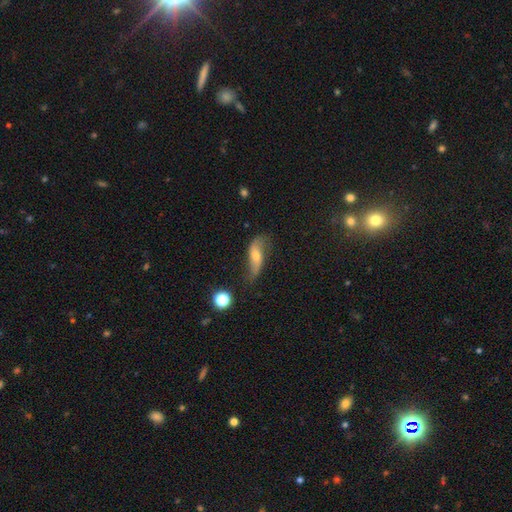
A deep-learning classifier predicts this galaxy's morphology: Smooth or featured: featured or disk — 62% (smooth — 28%)
Edge-on disk: no — 83% (yes — 17%)
Bar: no — 54% (weak — 31%)
Spiral arms: yes — 87% (no — 13%)
Bulge size: moderate — 53% (small — 33%)
Merging: none — 58% (minor disturbance — 25%)